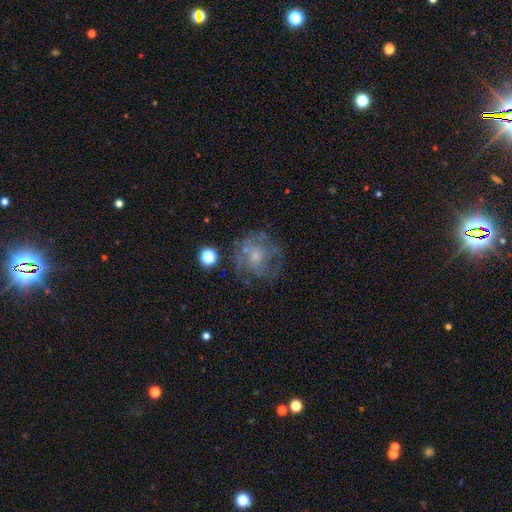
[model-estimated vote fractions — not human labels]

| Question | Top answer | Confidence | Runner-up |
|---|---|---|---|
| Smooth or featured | featured or disk | 54% | smooth (33%) |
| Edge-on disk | no | 97% | yes (3%) |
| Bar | no | 84% | weak (13%) |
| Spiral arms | no | 55% | yes (45%) |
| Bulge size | small | 49% | moderate (34%) |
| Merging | none | 57% | minor disturbance (19%) |